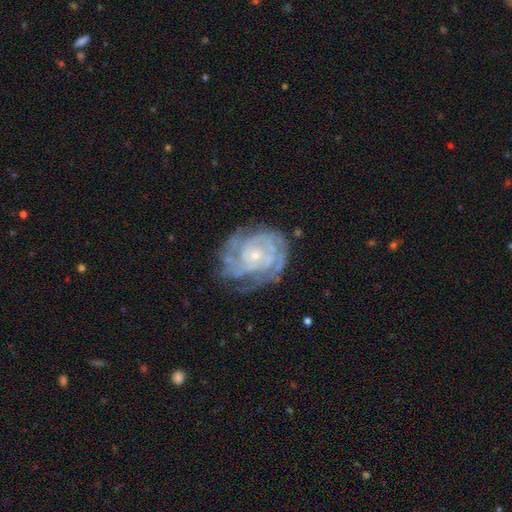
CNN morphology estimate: The model was most divided on "spiral arm count": can't tell: 37%, 2: 19%, 3: 18%, 4: 13%, more than 4: 7%, 1: 6%. More confident: edge-on disk — no (97%); spiral arms — yes (94%); smooth or featured — featured or disk (86%); bar — no (77%); bulge size — small (75%); spiral winding — tight (74%); merging — none (66%).